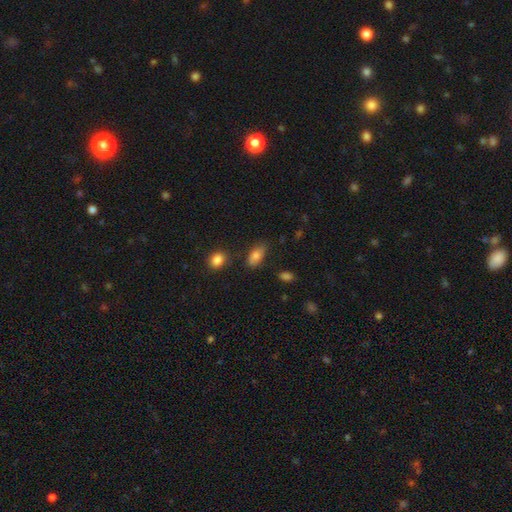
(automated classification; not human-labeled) Smooth or featured? Predicted: smooth (p=0.79). How rounded? Predicted: in between (p=0.89). Merging? Predicted: none (p=0.70).